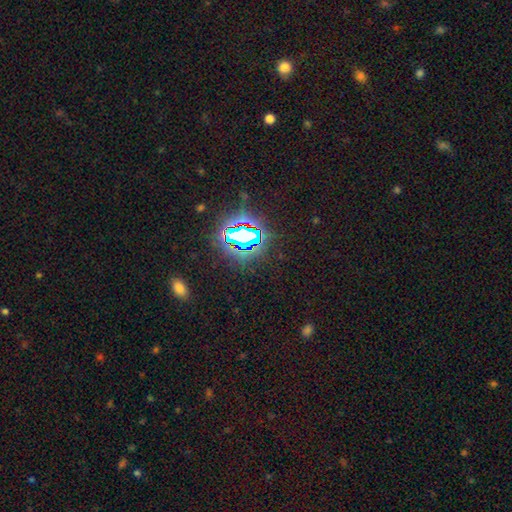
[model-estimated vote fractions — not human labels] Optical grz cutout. It shows a star or artifact, not a galaxy (82%).